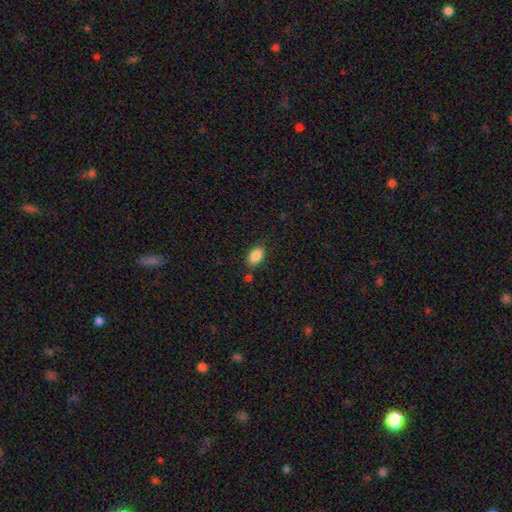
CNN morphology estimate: Smooth or featured?
  - smooth: 87% *
  - star or artifact: 8%
  - featured or disk: 5%
How rounded?
  - in between: 90% *
  - round: 8%
  - cigar-shaped: 2%
Merging?
  - none: 77% *
  - minor disturbance: 14%
  - merger: 5%
  - major disturbance: 4%